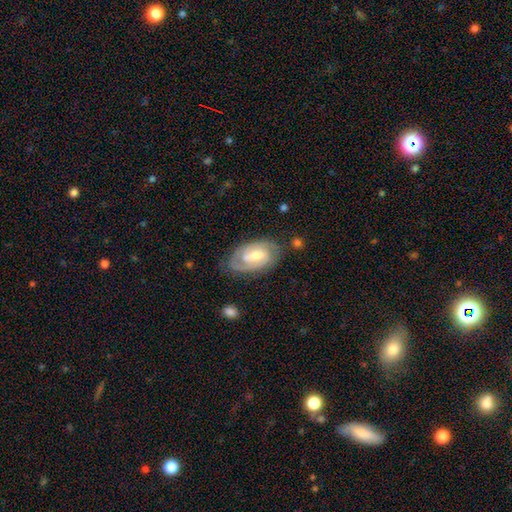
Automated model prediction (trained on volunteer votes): Smooth or featured: featured or disk — 79% (smooth — 16%)
Edge-on disk: no — 95% (yes — 5%)
Bar: weak — 52% (no — 29%)
Spiral arms: yes — 92% (no — 8%)
Spiral winding: tight — 55% (medium — 36%)
Spiral arm count: 2 — 73% (can't tell — 14%)
Bulge size: moderate — 58% (small — 33%)
Merging: none — 77% (minor disturbance — 17%)